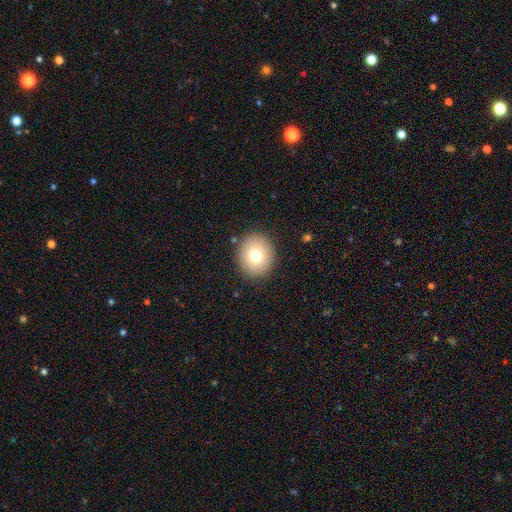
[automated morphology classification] A smooth galaxy with no disk features (73%) that is round (77%).

Vote fractions:
- Smooth or featured? smooth: 73% / featured or disk: 15% / star or artifact: 11%
- How rounded? round: 77% / in between: 22% / cigar-shaped: 1%
- Merging? none: 89% / minor disturbance: 7% / major disturbance: 3% / merger: 2%